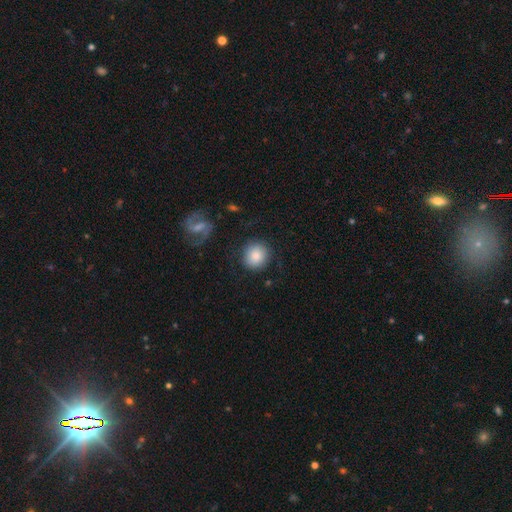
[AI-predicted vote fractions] The model was most divided on "smooth or featured": smooth: 81%, featured or disk: 11%, star or artifact: 8%. More confident: how rounded — round (89%); merging — none (83%).